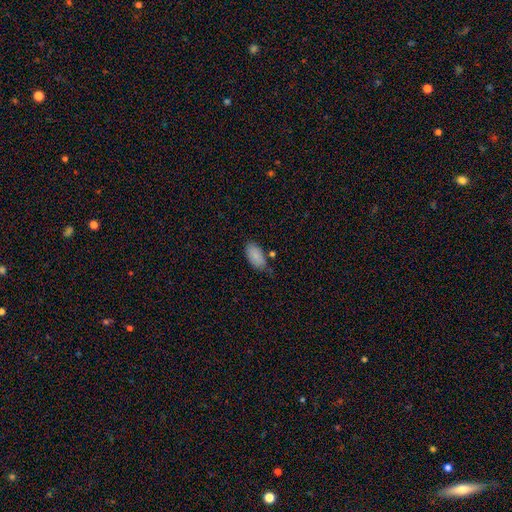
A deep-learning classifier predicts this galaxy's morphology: type=smooth (87%); roundness=in between (95%); merging=none (60%).